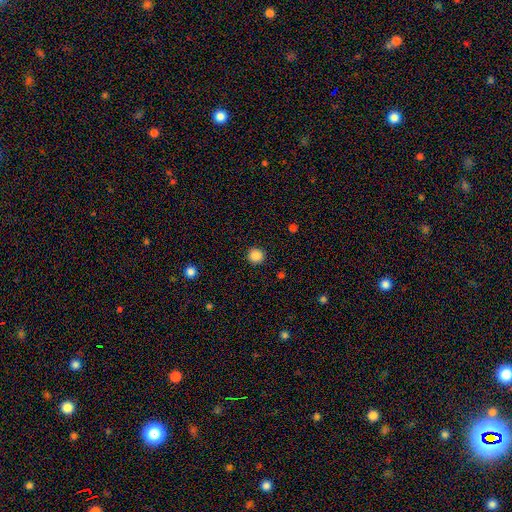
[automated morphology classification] Smooth or featured?
  - smooth: 87% *
  - star or artifact: 11%
  - featured or disk: 3%
How rounded?
  - round: 95% *
  - in between: 4%
  - cigar-shaped: 1%
Merging?
  - none: 92% *
  - minor disturbance: 5%
  - major disturbance: 2%
  - merger: 1%